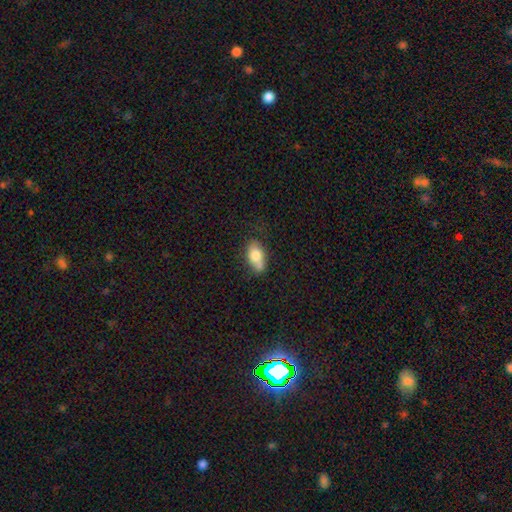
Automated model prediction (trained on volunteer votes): smooth_or_featured: smooth (p=0.77) [alt: featured or disk p=0.16]
how_rounded: in between (p=0.88) [alt: round p=0.07]
merging: none (p=0.55) [alt: minor disturbance p=0.27]